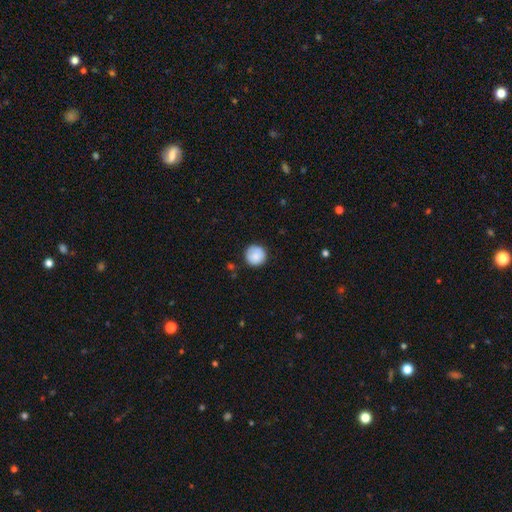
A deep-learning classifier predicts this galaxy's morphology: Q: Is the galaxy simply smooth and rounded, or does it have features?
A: smooth — 84%.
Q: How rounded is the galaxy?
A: round — 95%.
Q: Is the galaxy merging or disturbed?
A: none — 84%.